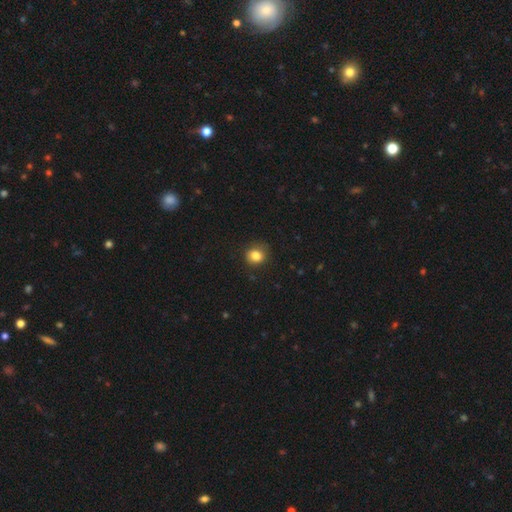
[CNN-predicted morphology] smooth_or_featured: smooth (p=0.82) [alt: star or artifact p=0.11]
how_rounded: round (p=0.72) [alt: in between p=0.27]
merging: none (p=0.83) [alt: minor disturbance p=0.13]